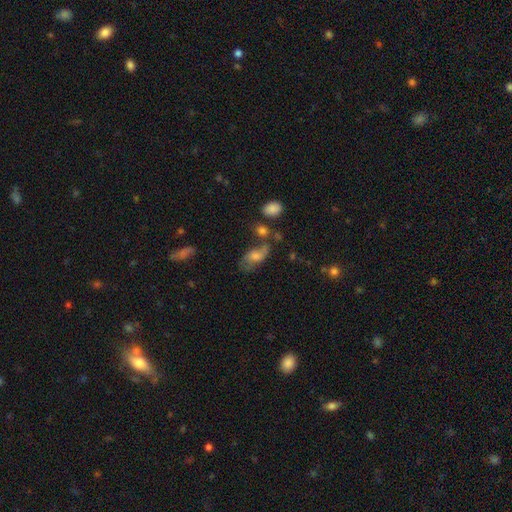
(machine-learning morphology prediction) Smooth or featured? Predicted: featured or disk (p=0.43, tied with smooth). Merging? Predicted: none (p=0.44).